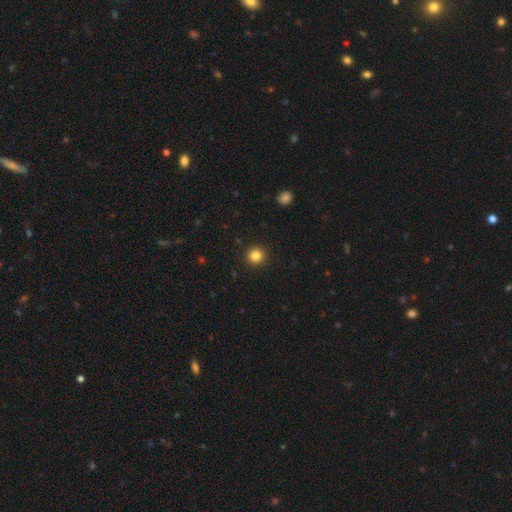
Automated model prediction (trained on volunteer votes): Smooth or featured? Predicted: smooth (p=0.83). How rounded? Predicted: round (p=0.95). Merging? Predicted: none (p=0.93).